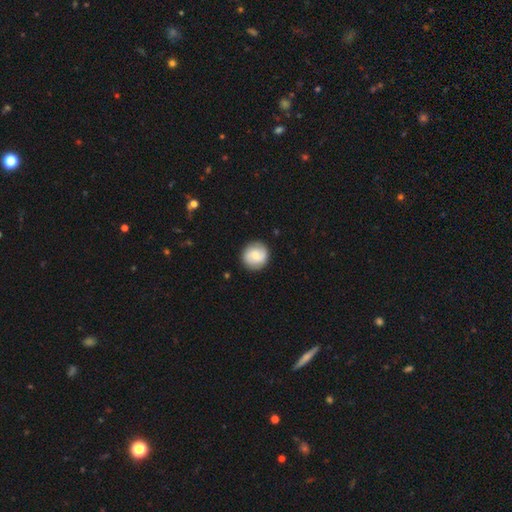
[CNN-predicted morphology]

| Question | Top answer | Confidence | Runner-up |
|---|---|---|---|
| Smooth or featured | smooth | 58% | featured or disk (35%) |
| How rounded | round | 91% | in between (8%) |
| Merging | none | 88% | minor disturbance (9%) |